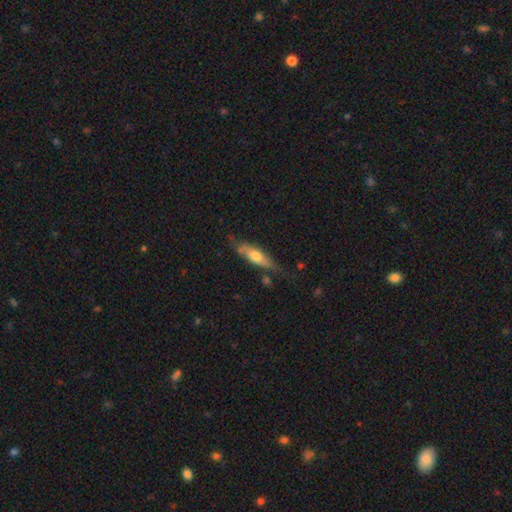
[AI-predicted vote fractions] Smooth or featured? Predicted: smooth (p=0.54). How rounded? Predicted: cigar-shaped (p=0.51). Merging? Predicted: none (p=0.58).